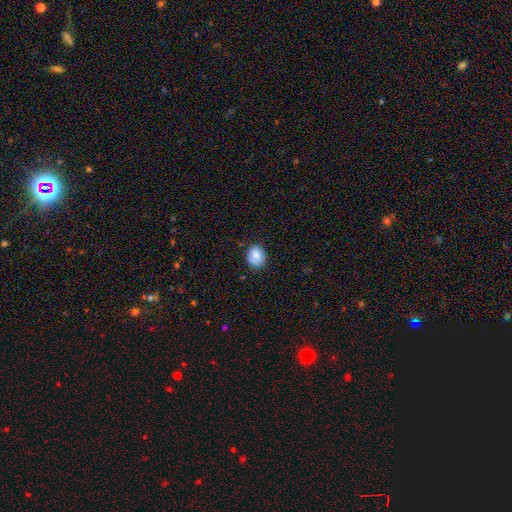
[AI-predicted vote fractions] smooth_or_featured: smooth (p=0.83) [alt: star or artifact p=0.08]
how_rounded: round (p=0.63) [alt: in between p=0.36]
merging: none (p=0.76) [alt: minor disturbance p=0.19]